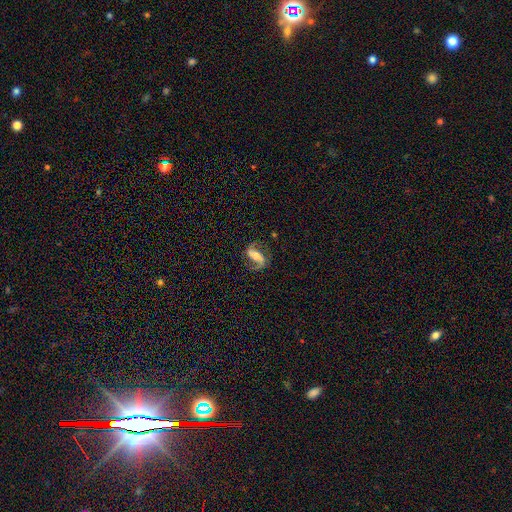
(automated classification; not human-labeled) Q: Smooth or featured?
A: featured or disk (87%); runner-up: smooth (7%)
Q: Edge-on disk?
A: no (96%); runner-up: yes (4%)
Q: Bar?
A: strong (46%); runner-up: weak (31%)
Q: Spiral arms?
A: yes (96%); runner-up: no (4%)
Q: Spiral winding?
A: medium (46%); runner-up: loose (41%)
Q: Spiral arm count?
A: 2 (92%); runner-up: 1 (4%)
Q: Bulge size?
A: moderate (57%); runner-up: small (29%)
Q: Merging?
A: none (78%); runner-up: minor disturbance (13%)